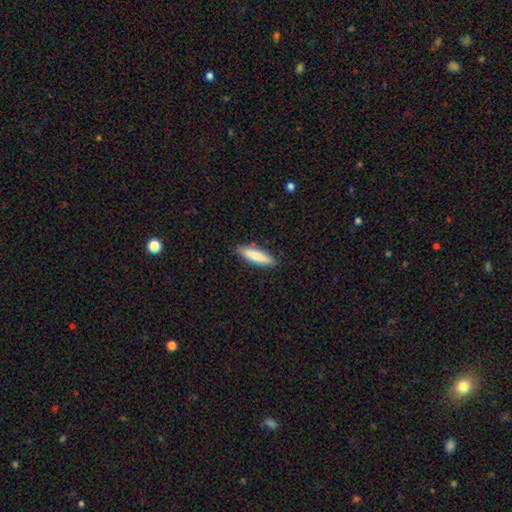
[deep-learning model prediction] smooth_or_featured: smooth (p=0.78) [alt: featured or disk p=0.17]
how_rounded: cigar-shaped (p=0.72) [alt: in between p=0.27]
merging: none (p=0.87) [alt: minor disturbance p=0.10]